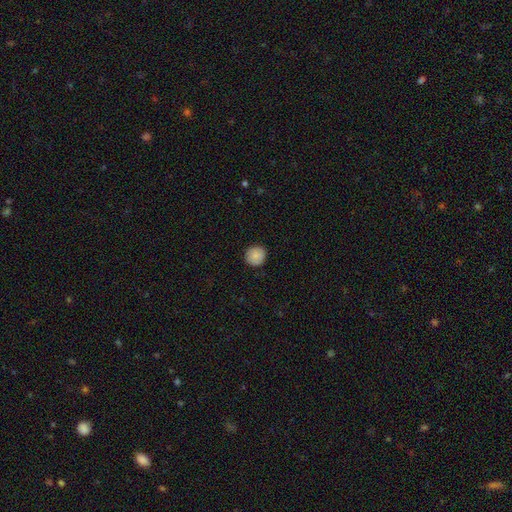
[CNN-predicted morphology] Smooth or featured? smooth (86%)
How rounded? round (93%)
Merging? none (89%)